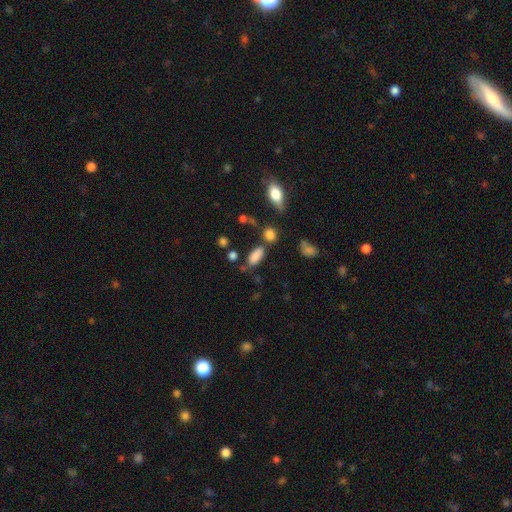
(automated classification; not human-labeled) A smooth galaxy with no disk features (82%) that is in between round and cigar-shaped (86%). Merging: none (63%).